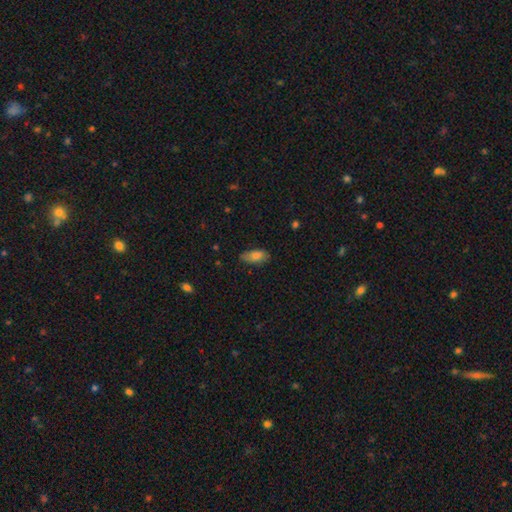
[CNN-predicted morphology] Smooth or featured?
  - smooth: 80% *
  - featured or disk: 13%
  - star or artifact: 8%
How rounded?
  - in between: 88% *
  - cigar-shaped: 9%
  - round: 3%
Merging?
  - none: 75% *
  - minor disturbance: 20%
  - major disturbance: 4%
  - merger: 1%